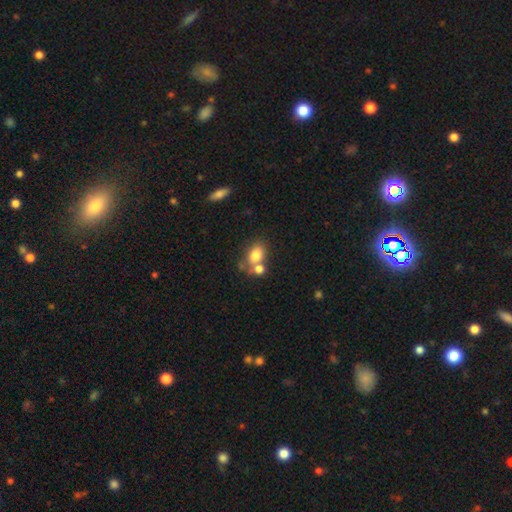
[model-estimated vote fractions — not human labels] Smooth or featured? Predicted: smooth (p=0.77). How rounded? Predicted: in between (p=0.63). Merging? Predicted: none (p=0.43).